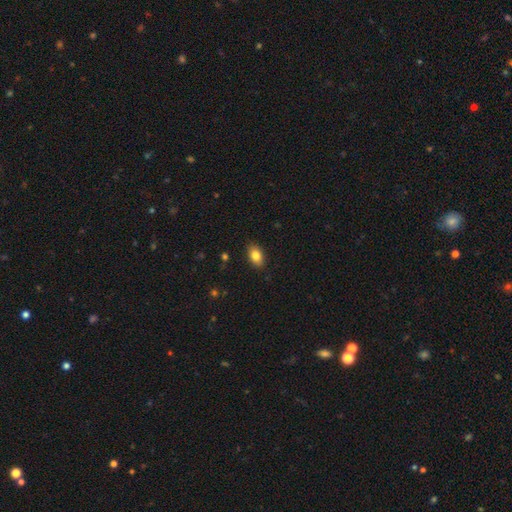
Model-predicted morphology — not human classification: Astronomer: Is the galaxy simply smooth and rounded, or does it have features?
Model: smooth — 83%.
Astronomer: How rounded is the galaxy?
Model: in between — 89%.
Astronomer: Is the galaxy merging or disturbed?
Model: none — 88%.